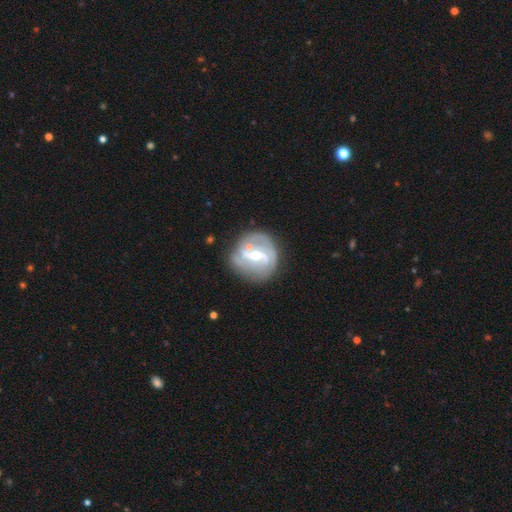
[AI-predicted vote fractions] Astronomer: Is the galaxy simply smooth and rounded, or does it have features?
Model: featured or disk — 81%.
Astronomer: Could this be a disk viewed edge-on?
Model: no — 97%.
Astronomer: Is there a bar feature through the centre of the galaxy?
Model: weak — 44% (runner-up: strong, 29%).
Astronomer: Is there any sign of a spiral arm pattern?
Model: yes — 87%.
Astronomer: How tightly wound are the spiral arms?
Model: medium — 40% (runner-up: tight, 39%).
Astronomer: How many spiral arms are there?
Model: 2 — 53%.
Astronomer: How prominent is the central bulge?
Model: moderate — 65%.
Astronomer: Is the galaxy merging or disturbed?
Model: none — 64%.